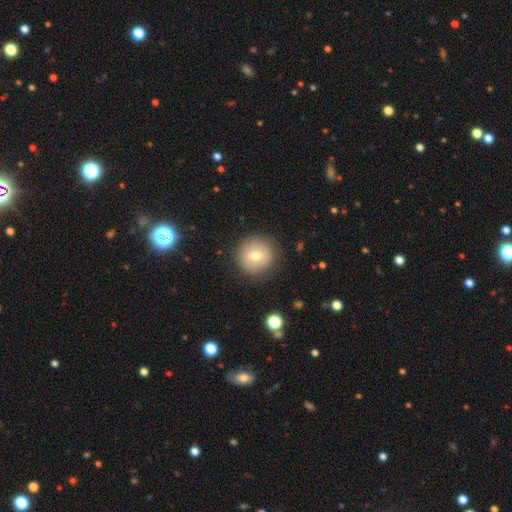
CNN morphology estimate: This is likely a smooth galaxy (70%). How rounded: clearly round (93%). Merging: clearly none (85%).